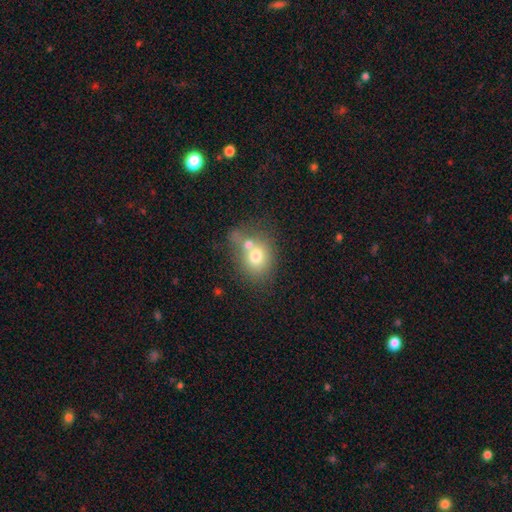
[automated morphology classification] smooth-or-featured: smooth: 70% | featured or disk: 20% | star or artifact: 10%
  how-rounded: round: 56% | in between: 43% | cigar-shaped: 1%
  merging: merger: 53% | none: 30% | minor disturbance: 11% | major disturbance: 6%